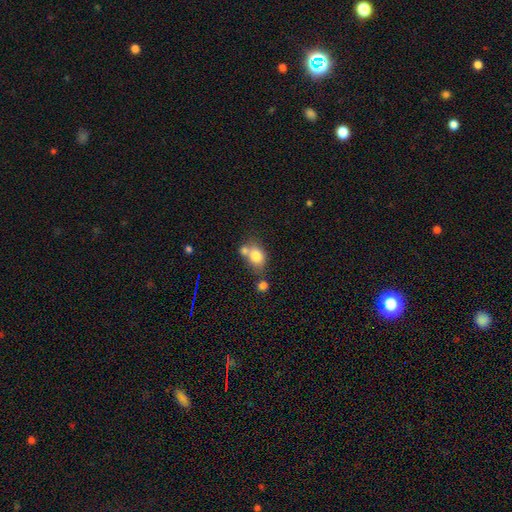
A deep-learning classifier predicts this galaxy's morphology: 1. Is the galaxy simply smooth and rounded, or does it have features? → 78% smooth, 13% featured or disk, 10% star or artifact.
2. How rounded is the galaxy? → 55% in between, 44% round, 1% cigar-shaped.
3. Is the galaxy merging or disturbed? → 43% none, 38% merger, 14% minor disturbance, 6% major disturbance.